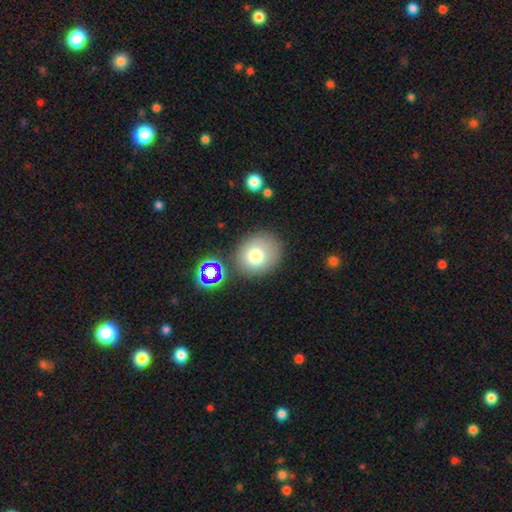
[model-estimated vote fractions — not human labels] smooth-or-featured: smooth: 75% | star or artifact: 13% | featured or disk: 12%
  how-rounded: round: 78% | in between: 21% | cigar-shaped: 1%
  merging: none: 79% | minor disturbance: 11% | merger: 7% | major disturbance: 4%